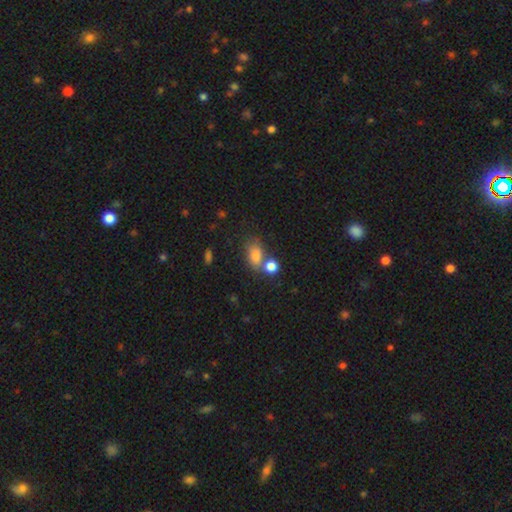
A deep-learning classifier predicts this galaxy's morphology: Smooth or featured? smooth (79%)
How rounded? in between (79%)
Merging? none (44%)